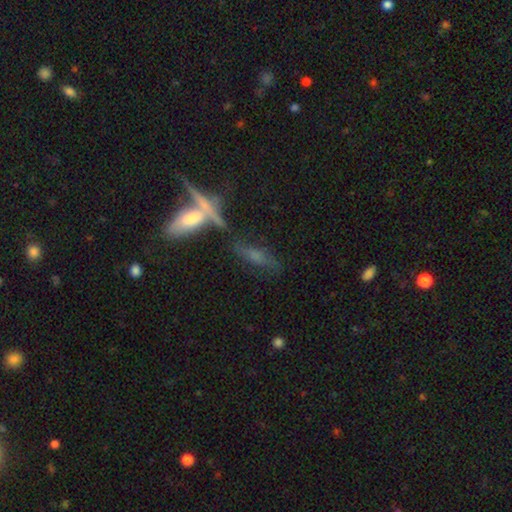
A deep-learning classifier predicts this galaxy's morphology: The model was most divided on "smooth or featured": smooth: 48%, featured or disk: 36%, star or artifact: 16%. Remaining: merging — none (46%).